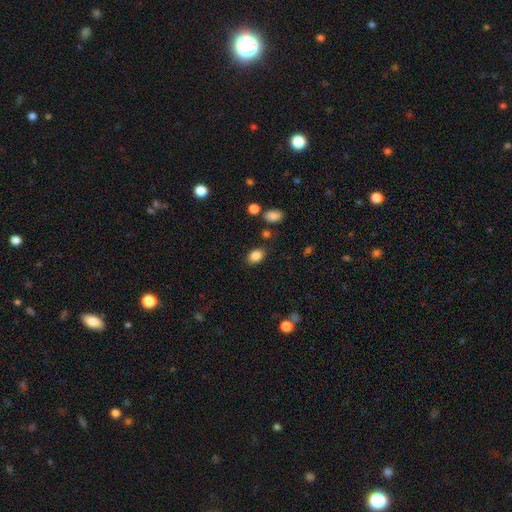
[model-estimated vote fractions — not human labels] Morphology: type=smooth (85%); roundness=in between (79%); merging=none (83%).